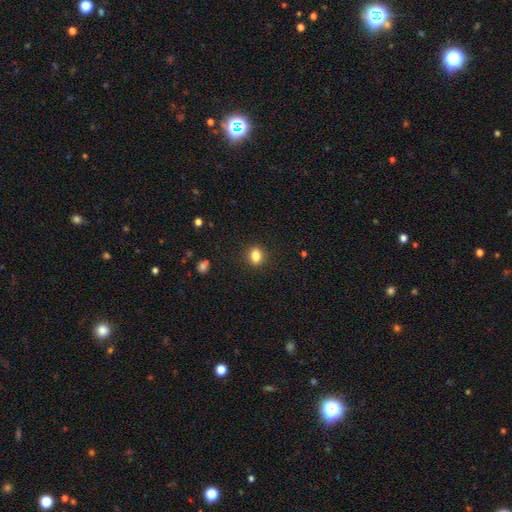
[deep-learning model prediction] Smooth or featured: smooth — 83% (star or artifact — 11%)
How rounded: in between — 52% (round — 47%)
Merging: none — 89% (minor disturbance — 8%)